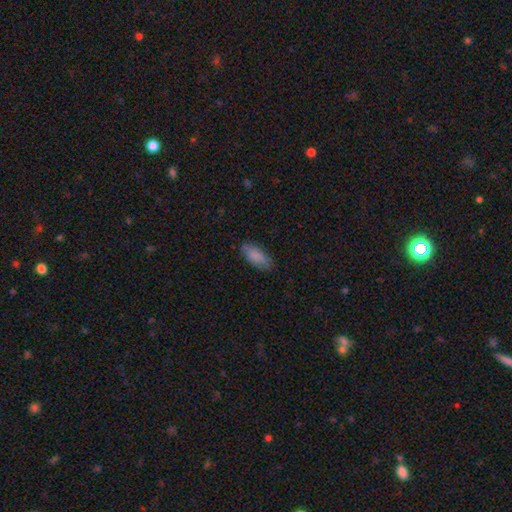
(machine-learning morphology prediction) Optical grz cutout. It shows a smooth galaxy with no disk features (86%) that is in between round and cigar-shaped (84%). Merging: none (78%).